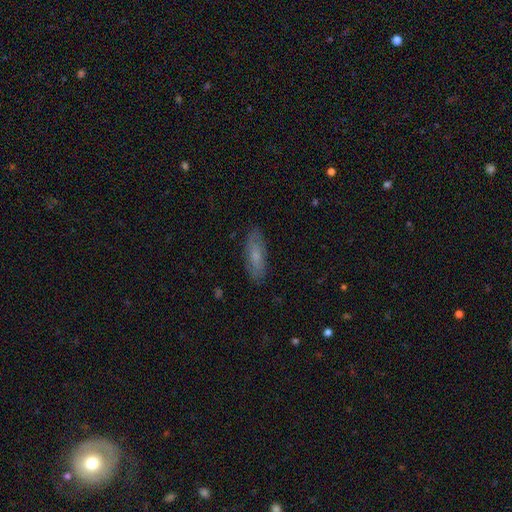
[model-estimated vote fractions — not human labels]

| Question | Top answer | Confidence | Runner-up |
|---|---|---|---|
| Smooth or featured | smooth | 66% | featured or disk (27%) |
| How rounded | in between | 55% | cigar-shaped (43%) |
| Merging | none | 85% | minor disturbance (12%) |